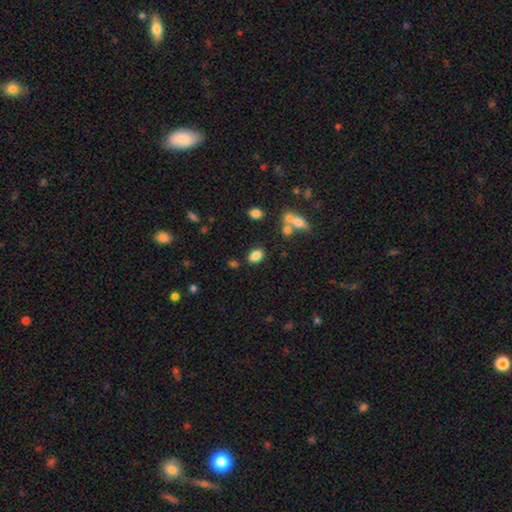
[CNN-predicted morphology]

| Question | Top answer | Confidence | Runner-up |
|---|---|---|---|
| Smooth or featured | smooth | 84% | star or artifact (10%) |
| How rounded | in between | 85% | round (13%) |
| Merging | none | 78% | minor disturbance (11%) |